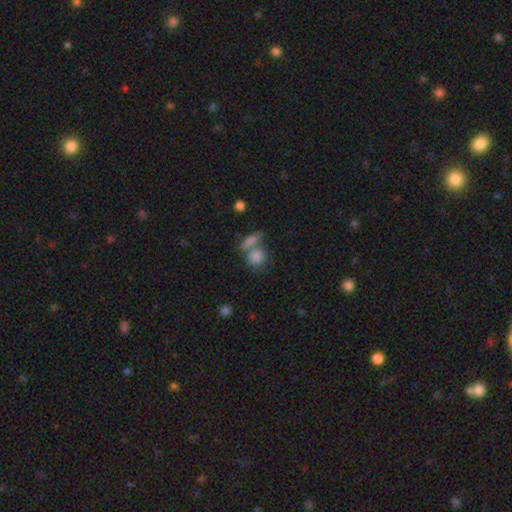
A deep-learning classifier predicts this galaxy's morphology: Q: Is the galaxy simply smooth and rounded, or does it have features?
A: smooth — 82%.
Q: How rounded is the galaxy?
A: round — 67%.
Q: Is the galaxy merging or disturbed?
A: none — 45%.